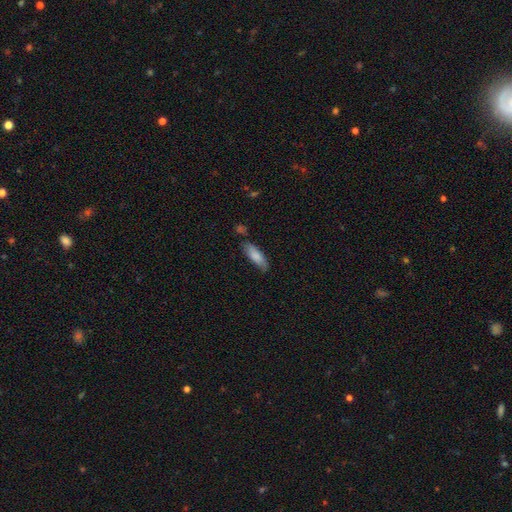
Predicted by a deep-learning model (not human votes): Morphology: type=smooth (81%); roundness=in between (52%); merging=none (73%).